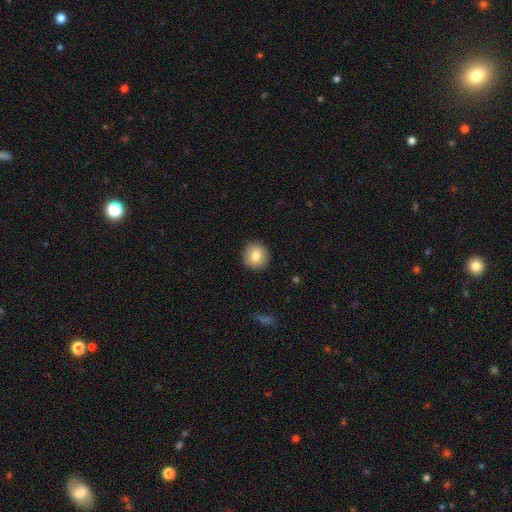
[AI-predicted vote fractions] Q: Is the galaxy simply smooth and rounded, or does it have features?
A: smooth — 81%.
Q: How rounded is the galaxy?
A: round — 92%.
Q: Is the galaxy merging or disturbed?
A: none — 91%.